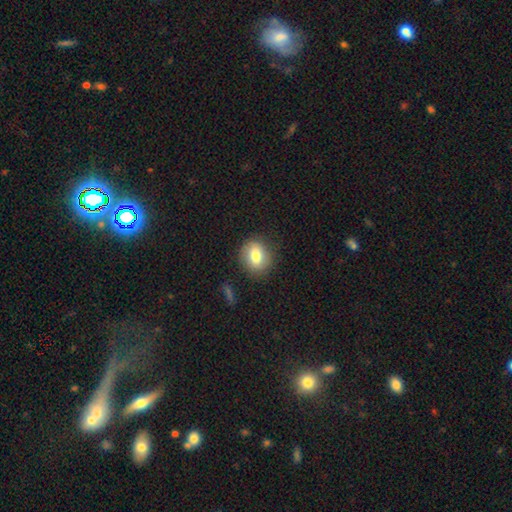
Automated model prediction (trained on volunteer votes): smooth_or_featured: smooth (p=0.76) [alt: featured or disk p=0.15]
how_rounded: round (p=0.60) [alt: in between p=0.38]
merging: none (p=0.83) [alt: minor disturbance p=0.11]